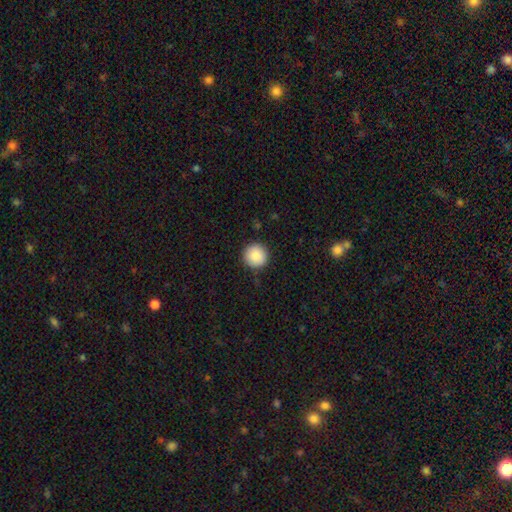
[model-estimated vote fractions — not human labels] Morphology: type=smooth (88%); roundness=round (96%); merging=none (89%).